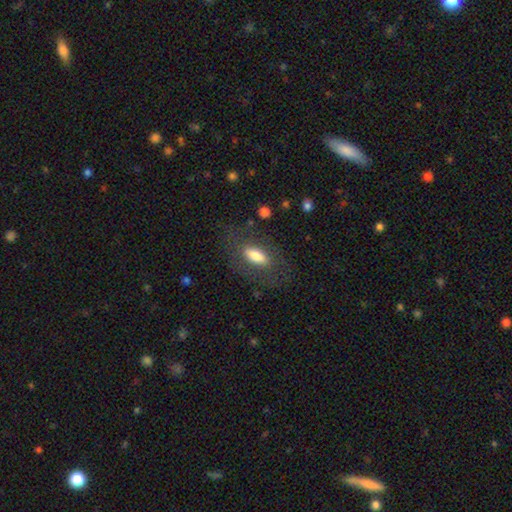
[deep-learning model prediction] Overall: smooth (66%). How rounded: in between (82%). Merging: none (72%).